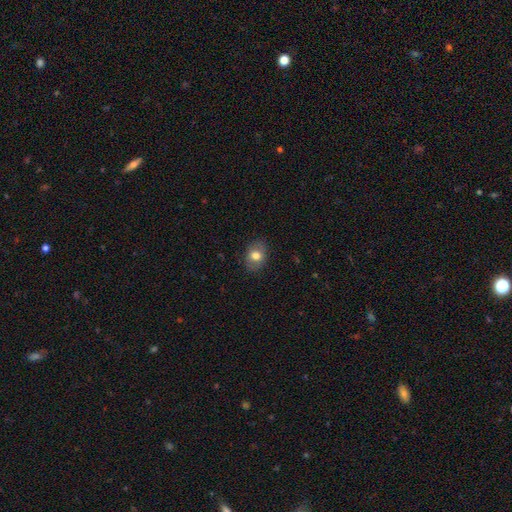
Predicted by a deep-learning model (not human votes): Morphology: type=smooth (75%); roundness=in between (64%); merging=none (83%).